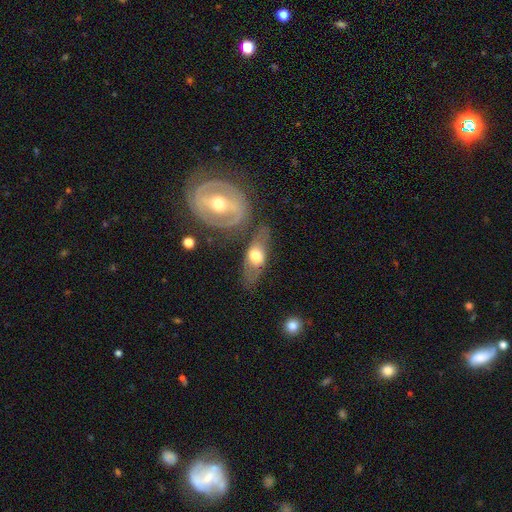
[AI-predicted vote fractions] smooth_or_featured: featured or disk (p=0.47) [alt: smooth p=0.46]
merging: none (p=0.57) [alt: minor disturbance p=0.19]